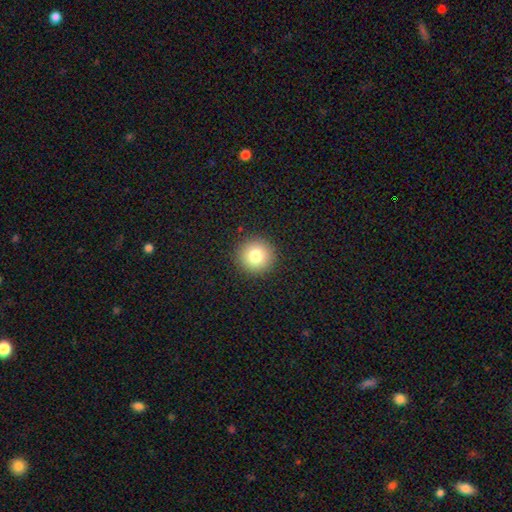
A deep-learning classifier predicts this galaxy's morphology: A smooth galaxy with no disk features (79%) that is round (95%).

Vote fractions:
- Smooth or featured? smooth: 79% / star or artifact: 12% / featured or disk: 9%
- How rounded? round: 95% / in between: 4% / cigar-shaped: 1%
- Merging? none: 92% / minor disturbance: 5% / major disturbance: 2% / merger: 1%